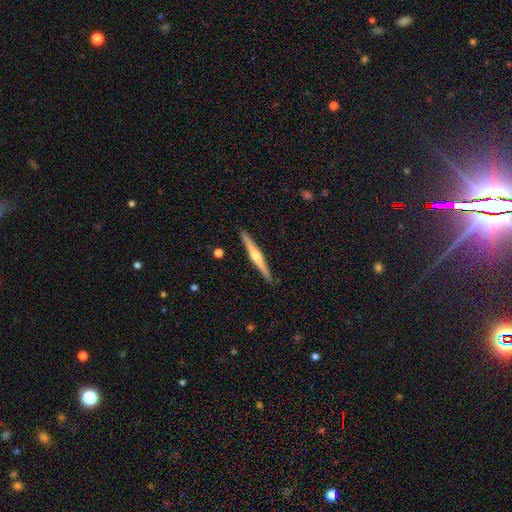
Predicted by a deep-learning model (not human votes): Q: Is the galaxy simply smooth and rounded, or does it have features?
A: featured or disk — 70%.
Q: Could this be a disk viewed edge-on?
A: yes — 98%.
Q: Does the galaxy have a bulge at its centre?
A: rounded — 87%.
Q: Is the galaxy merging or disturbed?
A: none — 91%.